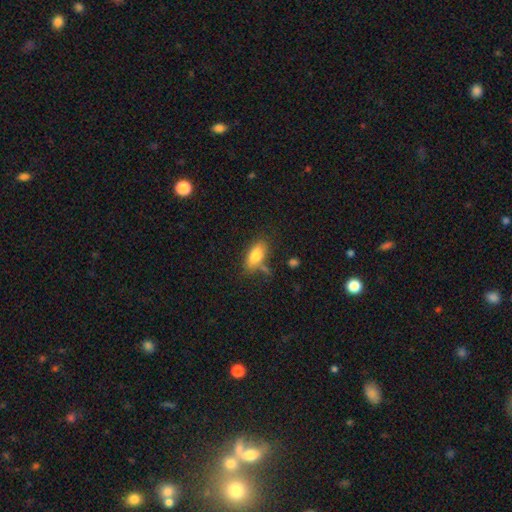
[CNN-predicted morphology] Smooth or featured? smooth (77%)
How rounded? in between (84%)
Merging? none (65%)